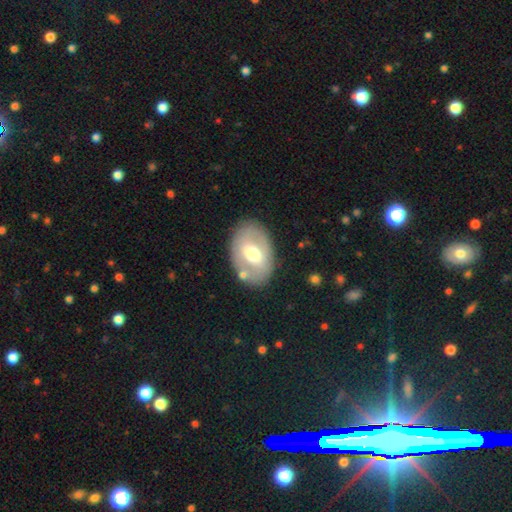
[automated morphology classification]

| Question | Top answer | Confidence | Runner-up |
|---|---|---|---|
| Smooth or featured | featured or disk | 48% | smooth (46%) |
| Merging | none | 79% | minor disturbance (12%) |